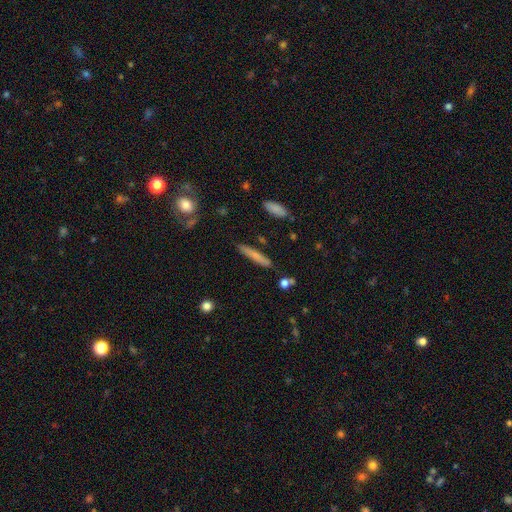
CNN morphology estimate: A smooth galaxy with no disk features (70%) that is cigar-shaped (92%).

Vote fractions:
- Smooth or featured? smooth: 70% / featured or disk: 22% / star or artifact: 7%
- How rounded? cigar-shaped: 92% / in between: 6% / round: 2%
- Merging? none: 86% / minor disturbance: 9% / merger: 3% / major disturbance: 2%